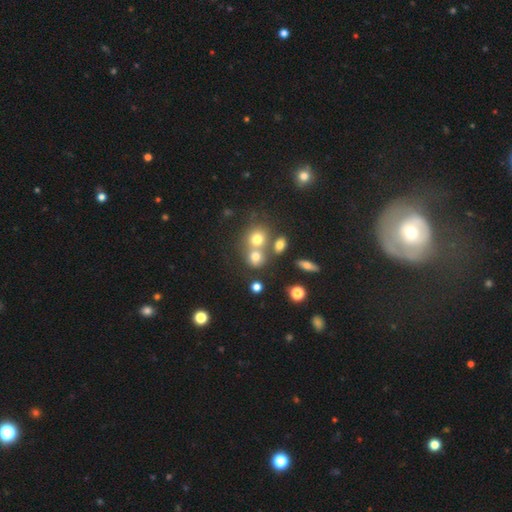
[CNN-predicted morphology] A smooth galaxy with no disk features (65%) that is round (77%). Merging: none (45%).